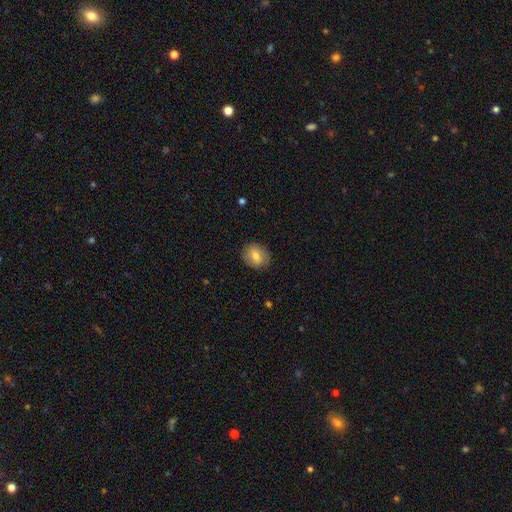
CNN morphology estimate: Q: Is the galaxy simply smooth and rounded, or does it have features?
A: smooth — 70%.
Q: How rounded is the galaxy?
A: in between — 54%.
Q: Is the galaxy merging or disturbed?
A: none — 84%.